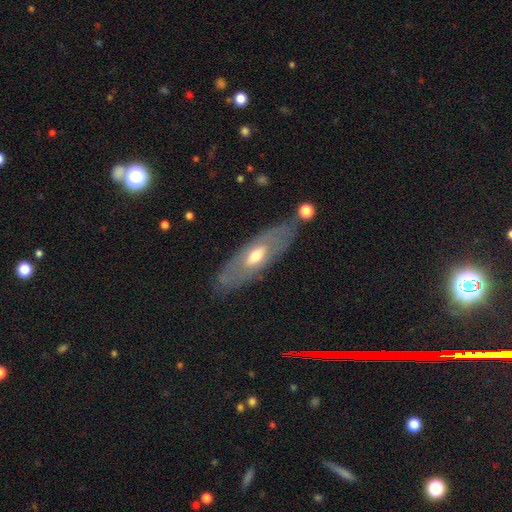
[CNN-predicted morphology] This is possibly a featured or disk galaxy (57%). It is likely not viewed edge-on (67%). Merging: likely none (75%).